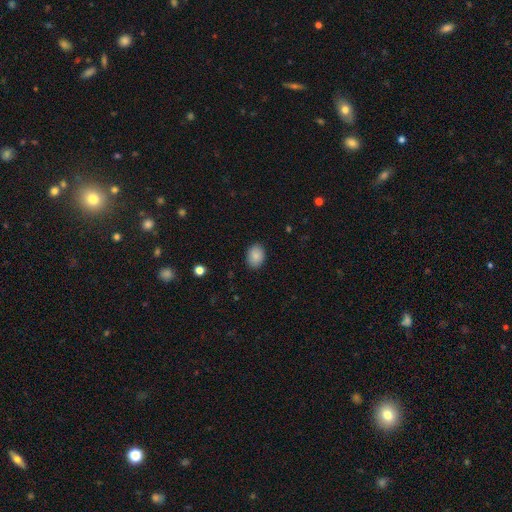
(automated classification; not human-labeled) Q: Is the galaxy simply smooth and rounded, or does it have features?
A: smooth — 88%.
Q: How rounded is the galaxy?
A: in between — 72%.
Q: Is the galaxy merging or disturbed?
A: none — 89%.